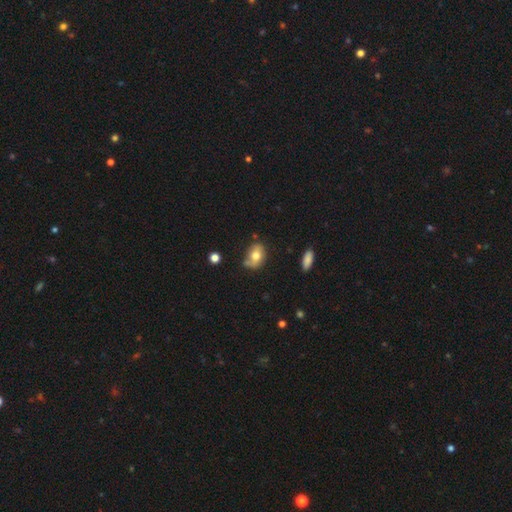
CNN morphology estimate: smooth_or_featured: smooth (p=0.71) [alt: featured or disk p=0.20]
how_rounded: in between (p=0.77) [alt: round p=0.21]
merging: none (p=0.48) [alt: minor disturbance p=0.31]